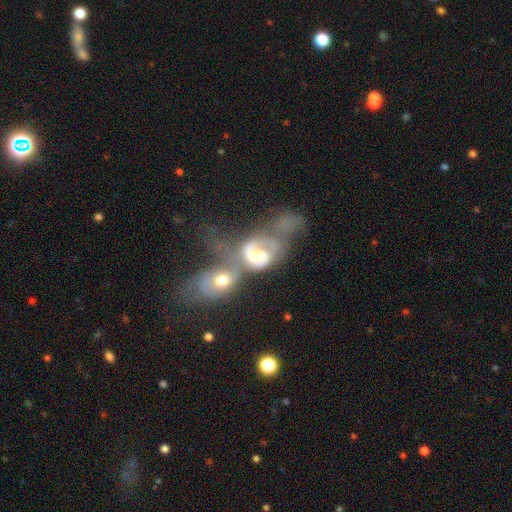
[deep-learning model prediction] smooth_or_featured: featured or disk (p=0.72) [alt: smooth p=0.20]
disk_edge_on: no (p=0.97) [alt: yes p=0.03]
bar: no (p=0.55) [alt: weak p=0.34]
has_spiral_arms: yes (p=0.80) [alt: no p=0.20]
spiral_winding: medium (p=0.40) [alt: loose p=0.33]
spiral_arm_count: 2 (p=0.57) [alt: 1 p=0.22]
bulge_size: moderate (p=0.55) [alt: small p=0.22]
merging: merger (p=0.76) [alt: major disturbance p=0.13]